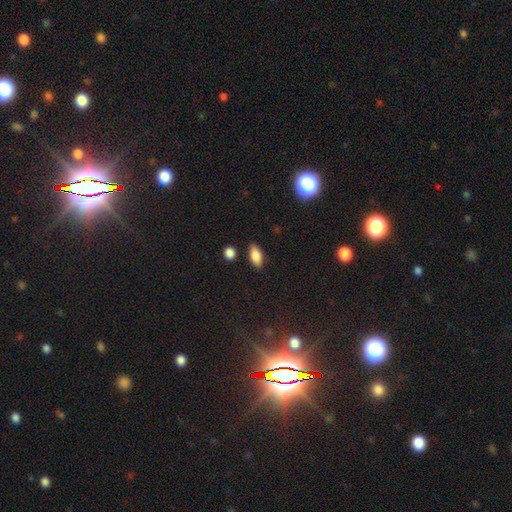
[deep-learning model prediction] The model was most divided on "merging": none: 83%, minor disturbance: 11%, merger: 3%, major disturbance: 3%. More confident: how rounded — in between (85%); smooth or featured — smooth (83%).